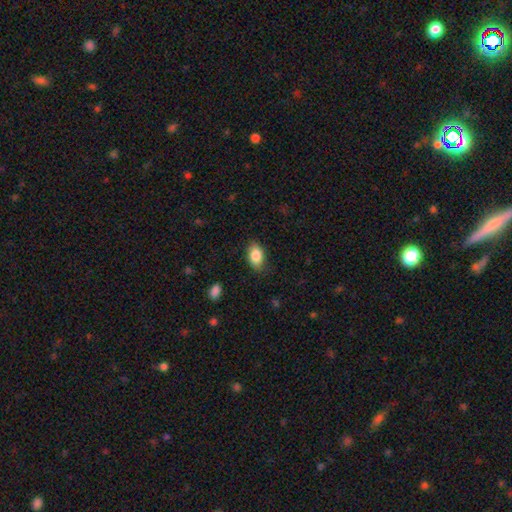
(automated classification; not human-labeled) Q: Smooth or featured?
A: smooth (86%); runner-up: star or artifact (7%)
Q: How rounded?
A: in between (91%); runner-up: round (7%)
Q: Merging?
A: none (84%); runner-up: minor disturbance (12%)